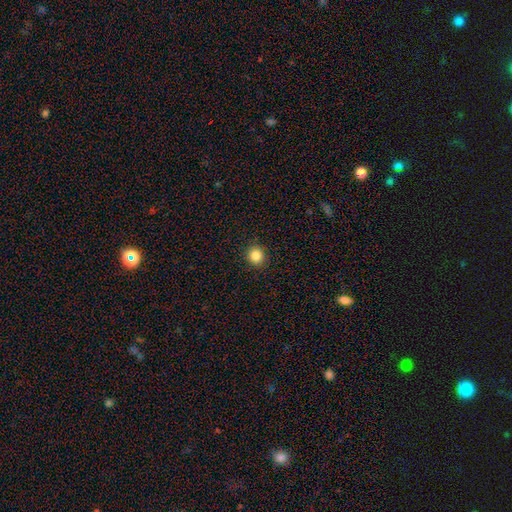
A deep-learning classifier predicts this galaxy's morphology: Q: Smooth or featured?
A: smooth (85%); runner-up: star or artifact (11%)
Q: How rounded?
A: round (90%); runner-up: in between (9%)
Q: Merging?
A: none (92%); runner-up: minor disturbance (5%)